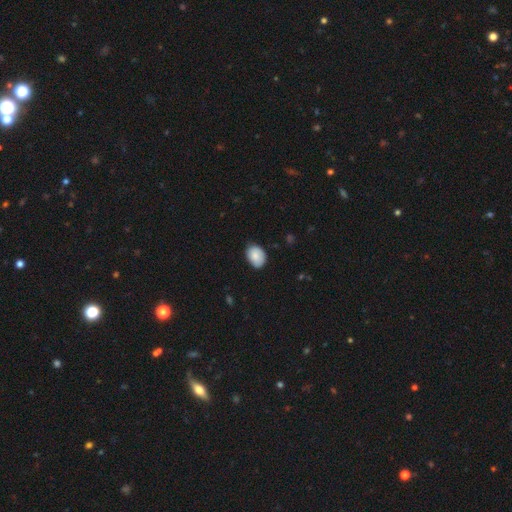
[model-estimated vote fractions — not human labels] Morphology: type=smooth (85%); roundness=in between (73%); merging=none (73%).